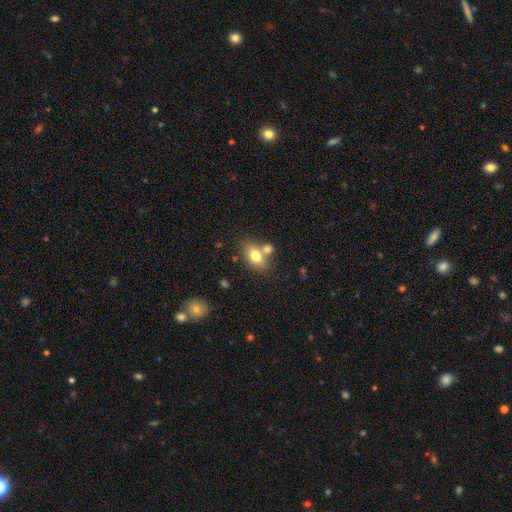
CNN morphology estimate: Smooth or featured: smooth — 75% (featured or disk — 16%)
How rounded: in between — 81% (round — 16%)
Merging: none — 52% (merger — 31%)